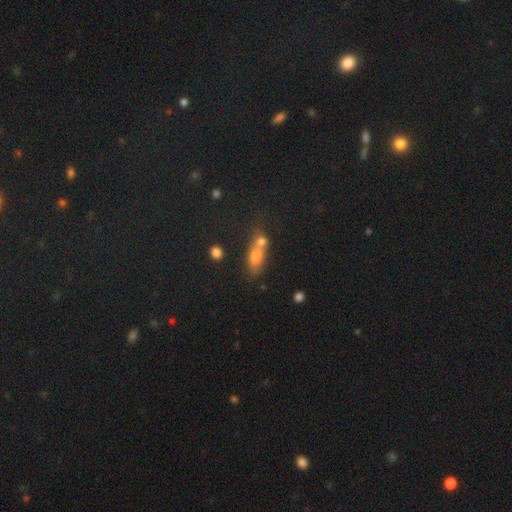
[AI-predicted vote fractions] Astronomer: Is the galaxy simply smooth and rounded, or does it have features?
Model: smooth — 72%.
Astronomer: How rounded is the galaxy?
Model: in between — 70%.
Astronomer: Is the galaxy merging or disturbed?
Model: merger — 55%.